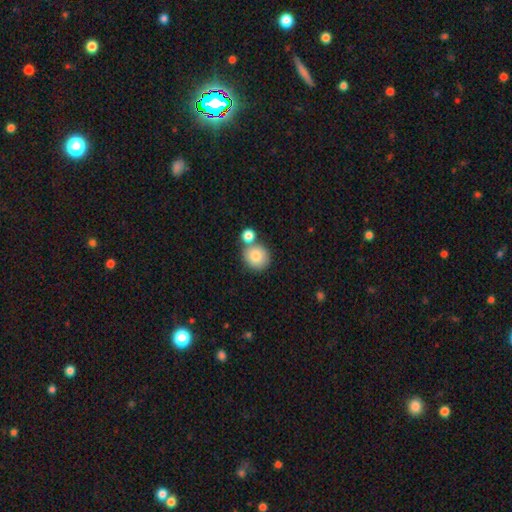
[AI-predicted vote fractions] smooth_or_featured: smooth (p=0.82) [alt: featured or disk p=0.10]
how_rounded: round (p=0.86) [alt: in between p=0.13]
merging: none (p=0.57) [alt: merger p=0.30]